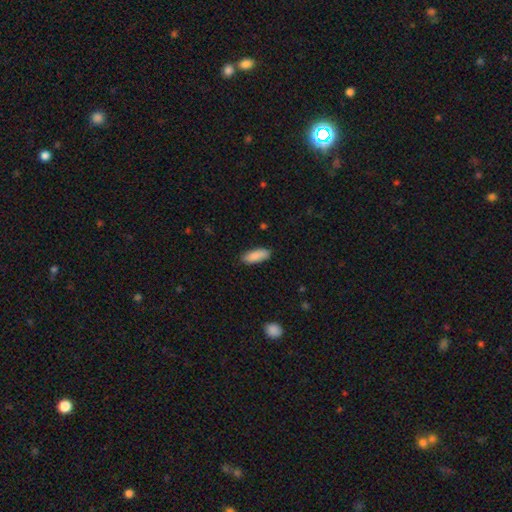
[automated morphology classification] Smooth or featured: smooth — 88% (featured or disk — 6%)
How rounded: in between — 73% (cigar-shaped — 25%)
Merging: none — 87% (minor disturbance — 10%)